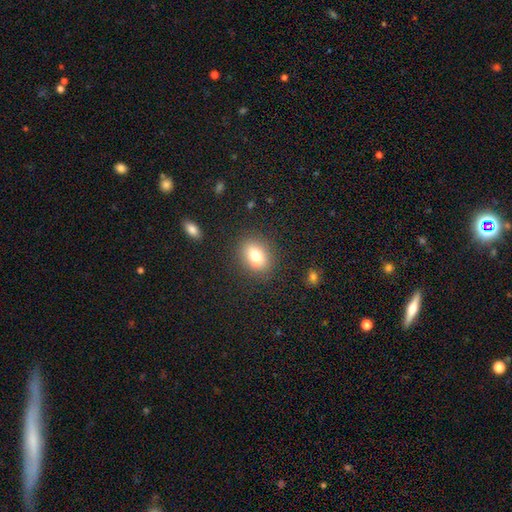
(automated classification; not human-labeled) Morphology: type=smooth (78%); roundness=in between (57%); merging=none (86%).